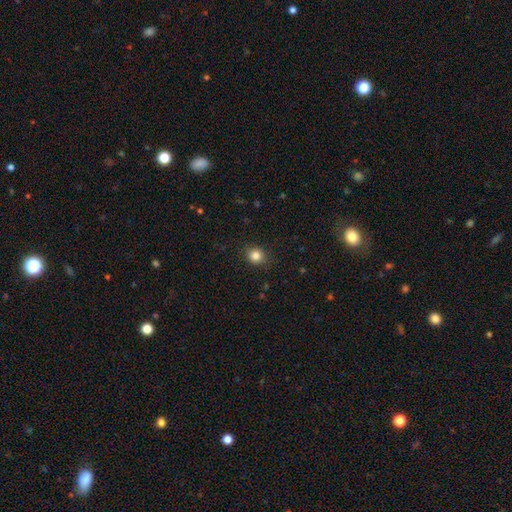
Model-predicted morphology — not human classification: smooth_or_featured: smooth (p=0.84) [alt: star or artifact p=0.11]
how_rounded: round (p=0.82) [alt: in between p=0.17]
merging: none (p=0.89) [alt: minor disturbance p=0.08]